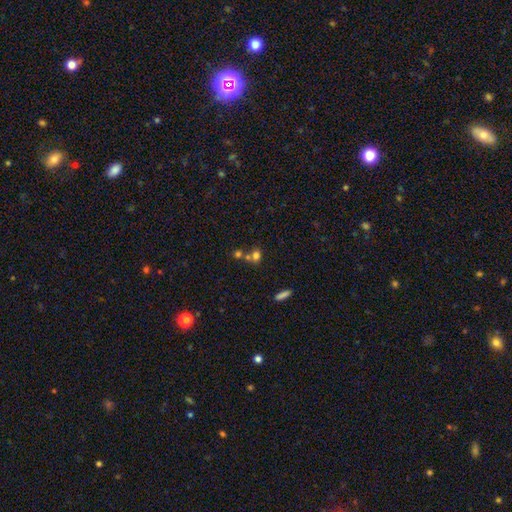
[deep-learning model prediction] Overall: smooth (71%). How rounded: round (72%). Merging: merger (46%; none 42%).